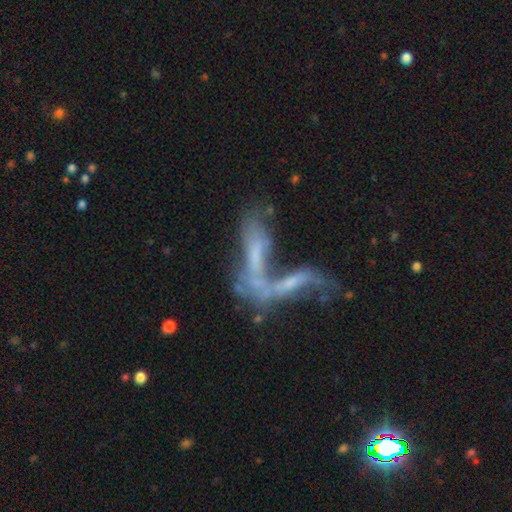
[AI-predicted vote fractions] This appears to be a featured or disk galaxy (57%). Merging: merger (68%).